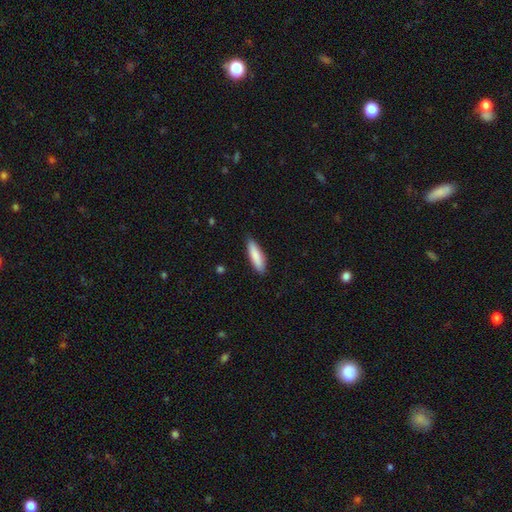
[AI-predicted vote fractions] Overall: smooth (85%). How rounded: cigar-shaped (62%; in between 36%). Merging: none (86%).